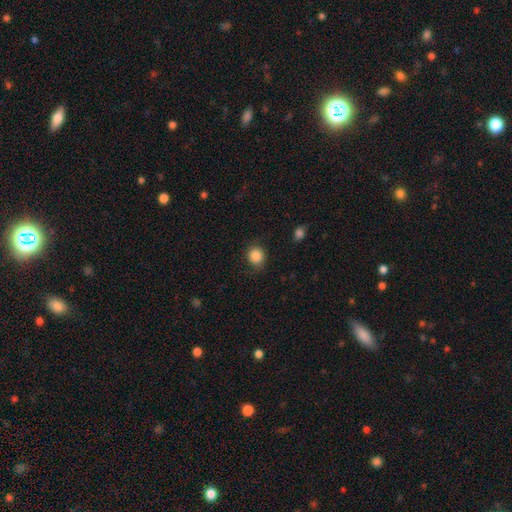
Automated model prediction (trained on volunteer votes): Overall: smooth (87%). How rounded: round (87%). Merging: none (84%).